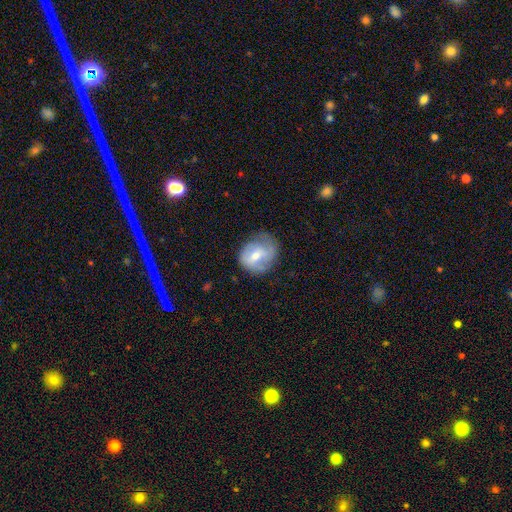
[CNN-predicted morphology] featured or disk 52%, smooth 42%, star or artifact 7%. Down the decision tree: edge-on disk — no (97%); bar — weak (50%); spiral arms — yes (71%); bulge size — moderate (56%); merging — none (55%).